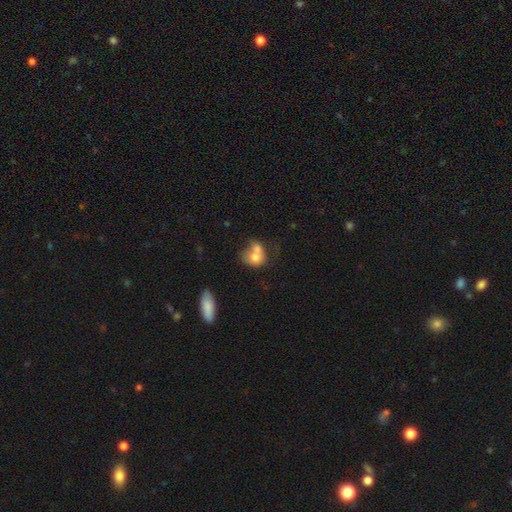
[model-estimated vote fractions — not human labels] This appears to be a smooth galaxy with no disk features (70%) that is round (57%). Merging: merger (60%).